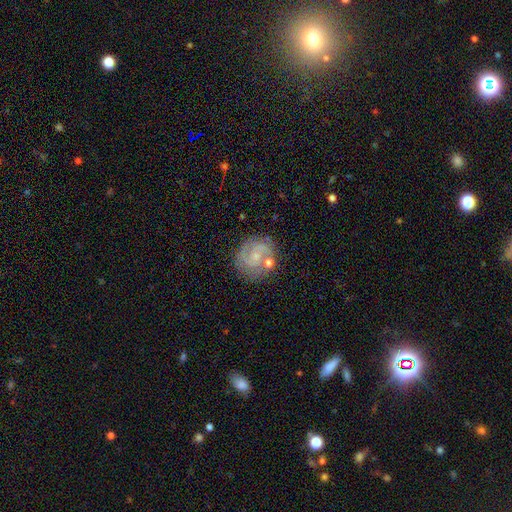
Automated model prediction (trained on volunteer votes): This appears to be a featured or disk galaxy (80%) with no bar (56%), 2 (72%) medium (44%, tied with tight) spiral arms (95%) and a small central bulge (68%). Merging: none (71%).